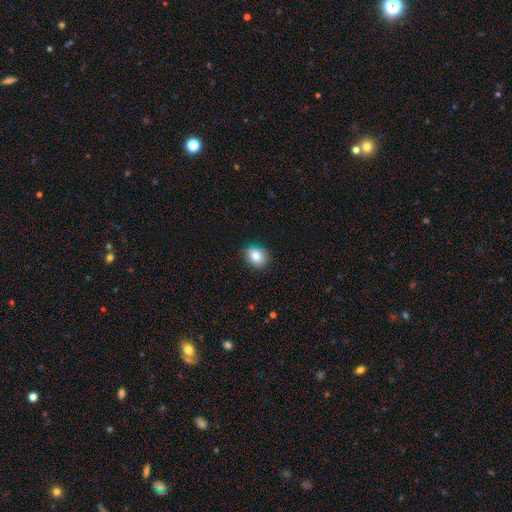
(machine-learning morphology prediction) Q: Smooth or featured?
A: smooth (83%); runner-up: star or artifact (9%)
Q: How rounded?
A: round (56%); runner-up: in between (43%)
Q: Merging?
A: none (78%); runner-up: minor disturbance (17%)